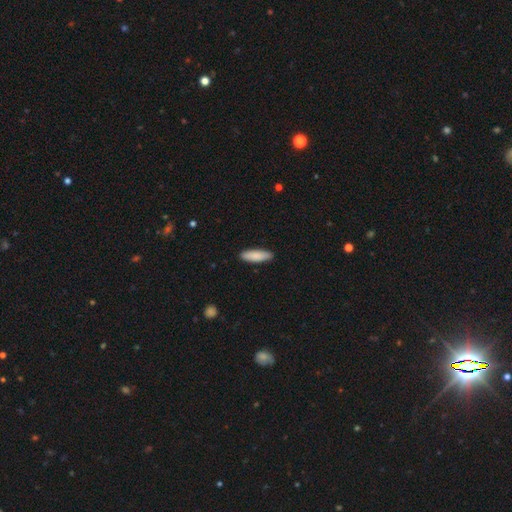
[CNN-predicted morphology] smooth 87%, featured or disk 7%, star or artifact 5%. Down the decision tree: how rounded — cigar-shaped (50%); merging — none (89%).